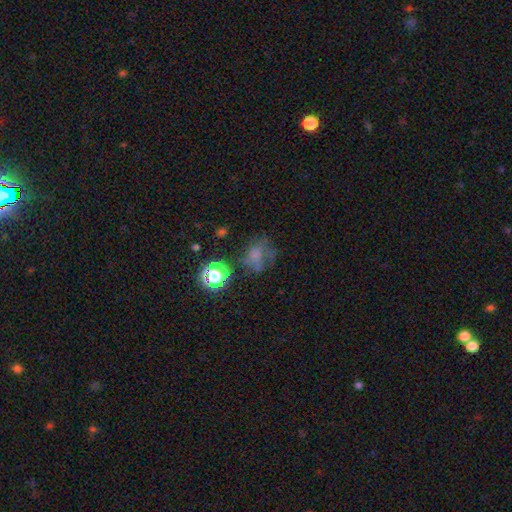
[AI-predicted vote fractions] smooth_or_featured: smooth (p=0.52) [alt: star or artifact p=0.25]
how_rounded: round (p=0.59) [alt: in between p=0.40]
merging: none (p=0.43) [alt: major disturbance p=0.27]